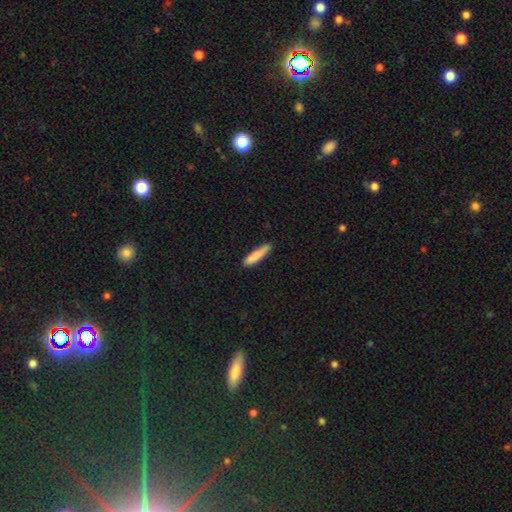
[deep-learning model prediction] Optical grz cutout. It shows a smooth galaxy with no disk features (85%) that is cigar-shaped (86%). Merging: none (83%).